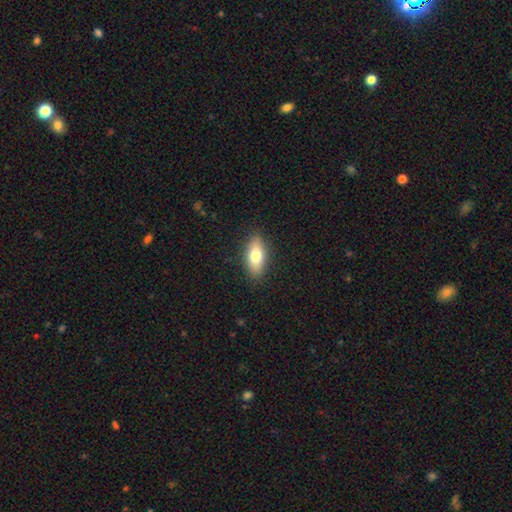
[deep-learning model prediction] This appears to be a smooth galaxy with no disk features (74%) that is in between round and cigar-shaped (82%). Merging: none (88%).